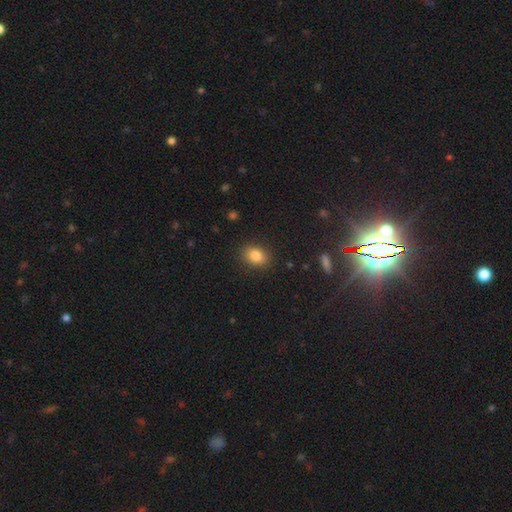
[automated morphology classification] A smooth galaxy with no disk features (85%) that is in between round and cigar-shaped (70%). Merging: none (87%).